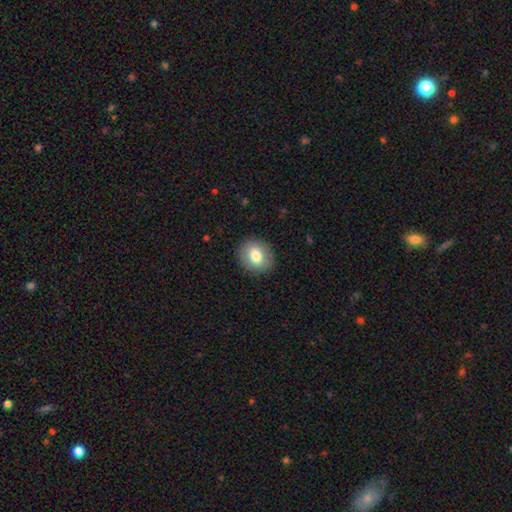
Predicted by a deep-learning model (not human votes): Q: Smooth or featured?
A: smooth (77%); runner-up: featured or disk (15%)
Q: How rounded?
A: round (69%); runner-up: in between (30%)
Q: Merging?
A: none (89%); runner-up: minor disturbance (8%)